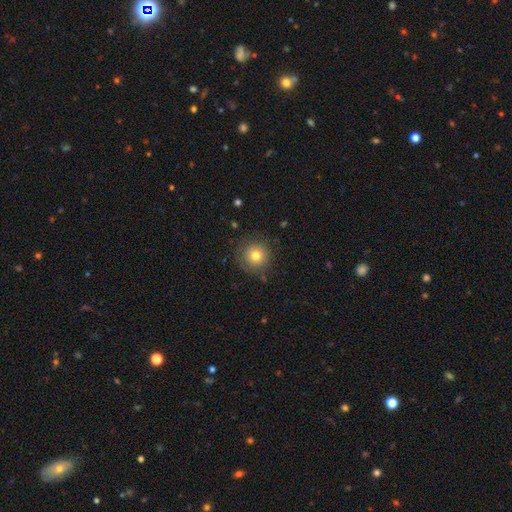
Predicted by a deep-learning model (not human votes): Morphology: type=smooth (75%); roundness=round (95%); merging=none (83%).